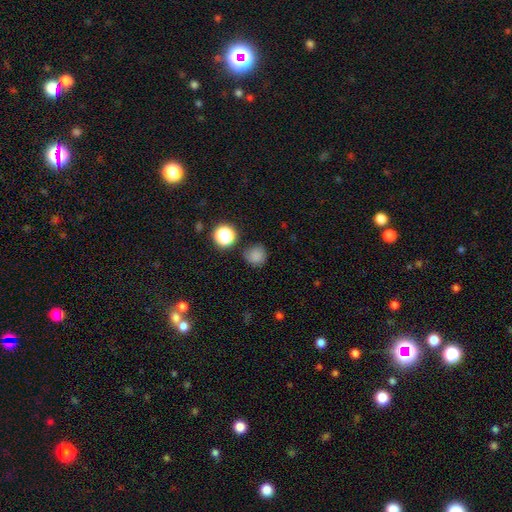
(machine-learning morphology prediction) type=smooth (79%); roundness=round (92%); merging=none (77%).